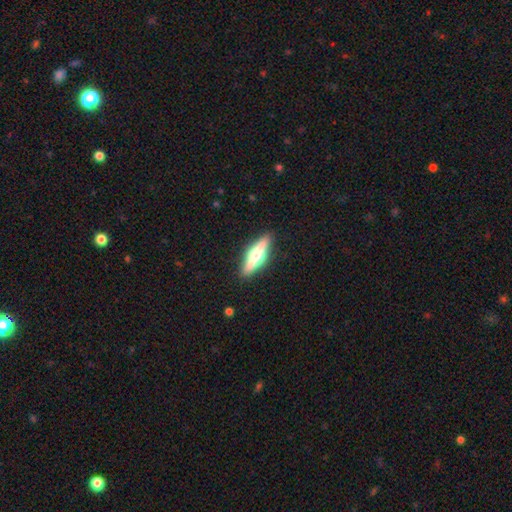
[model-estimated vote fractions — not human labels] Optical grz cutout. It shows a featured or disk galaxy (69%) viewed edge-on (97%) with a rounded central bulge (95%). Merging: none (91%).